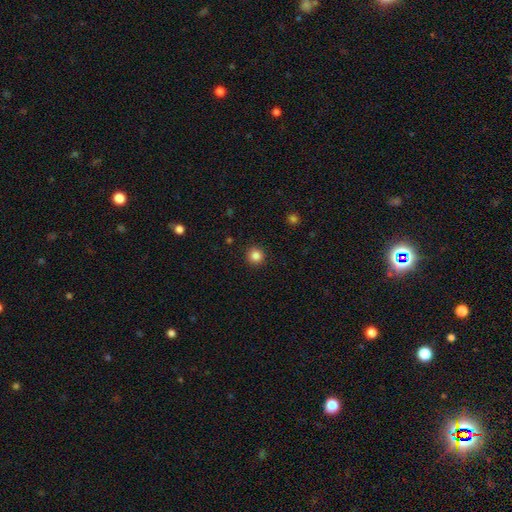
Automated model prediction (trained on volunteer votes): Smooth or featured? smooth (85%)
How rounded? round (94%)
Merging? none (92%)